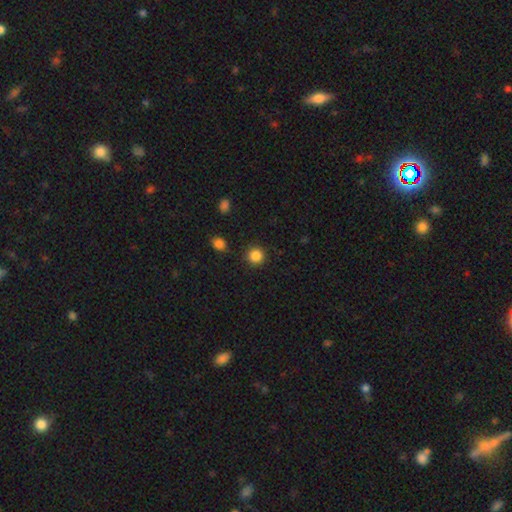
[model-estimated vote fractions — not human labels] The model was most divided on "smooth or featured": smooth: 85%, star or artifact: 11%, featured or disk: 4%. More confident: how rounded — round (94%); merging — none (90%).